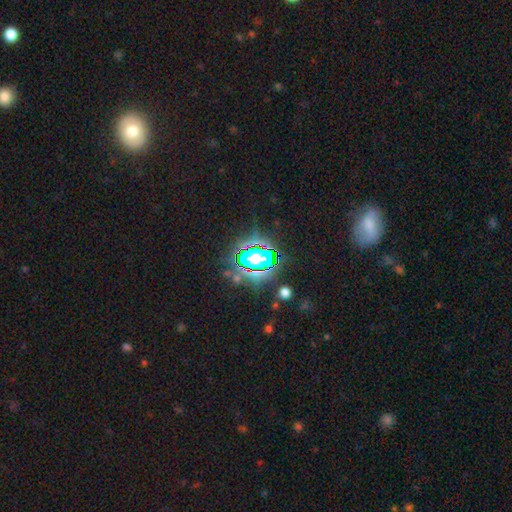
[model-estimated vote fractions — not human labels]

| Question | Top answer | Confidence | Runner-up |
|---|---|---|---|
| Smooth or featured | star or artifact | 80% | smooth (12%) |